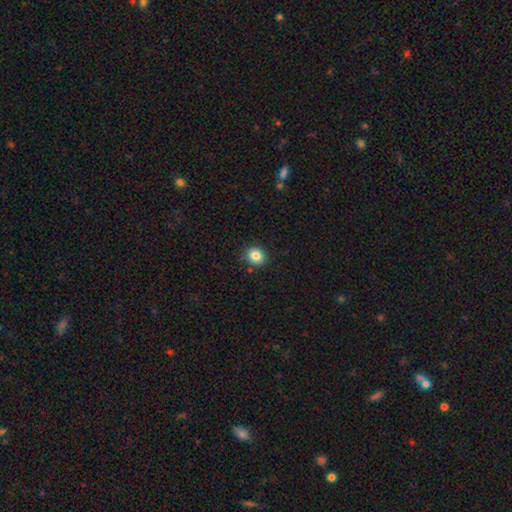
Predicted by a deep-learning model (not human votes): smooth_or_featured: smooth (p=0.83) [alt: star or artifact p=0.10]
how_rounded: round (p=0.79) [alt: in between p=0.20]
merging: none (p=0.88) [alt: minor disturbance p=0.08]